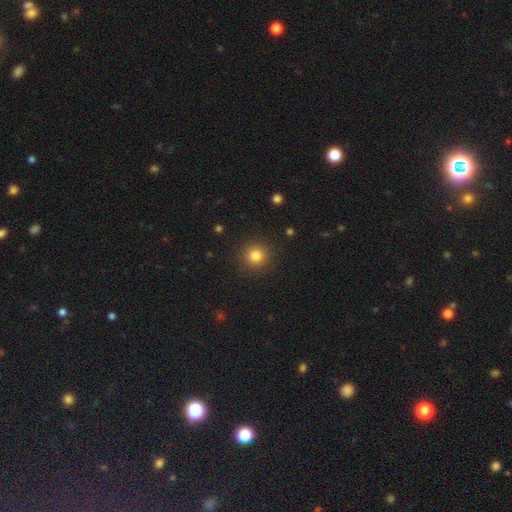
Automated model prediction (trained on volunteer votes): Smooth or featured: smooth — 82% (star or artifact — 12%)
How rounded: round — 94% (in between — 5%)
Merging: none — 91% (minor disturbance — 6%)